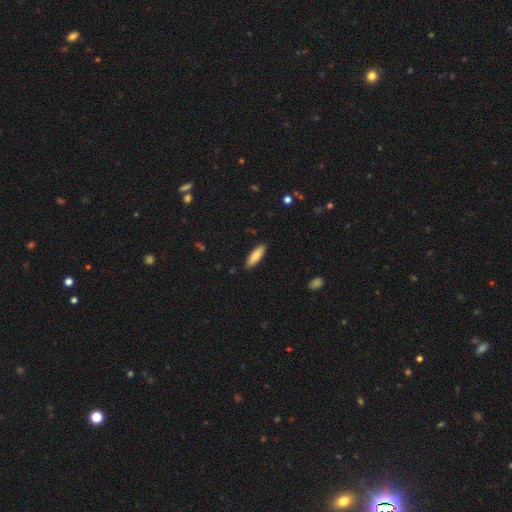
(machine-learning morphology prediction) Smooth or featured: smooth — 84% (featured or disk — 10%)
How rounded: in between — 50% (cigar-shaped — 48%)
Merging: none — 89% (minor disturbance — 8%)